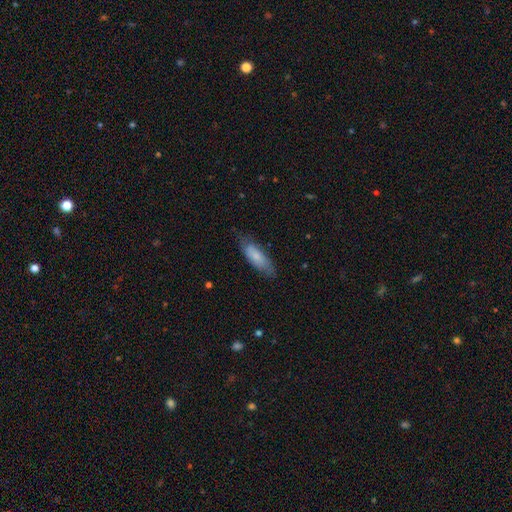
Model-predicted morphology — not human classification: smooth-or-featured: smooth: 77% | featured or disk: 18% | star or artifact: 6%
  how-rounded: in between: 55% | cigar-shaped: 43% | round: 2%
  merging: none: 74% | minor disturbance: 21% | major disturbance: 4% | merger: 1%